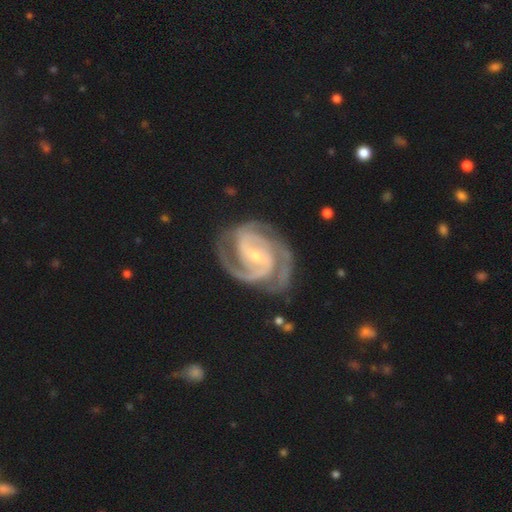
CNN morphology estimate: smooth-or-featured: featured or disk: 93% | star or artifact: 4% | smooth: 3%
  disk-edge-on: no: 98% | yes: 2%
    bar: weak: 41% | strong: 40% | no: 19%
    has-spiral-arms: yes: 99% | no: 1%
      spiral-winding: tight: 55% | medium: 40% | loose: 5%
      spiral-arm-count: 2: 55% | 3: 29% | can't tell: 5% | 4: 4% | 1: 3% | more than 4: 3%
    bulge-size: small: 64% | moderate: 32% | large: 1% | none: 1% | dominant: 1%
  merging: none: 74% | minor disturbance: 17% | major disturbance: 7% | merger: 2%